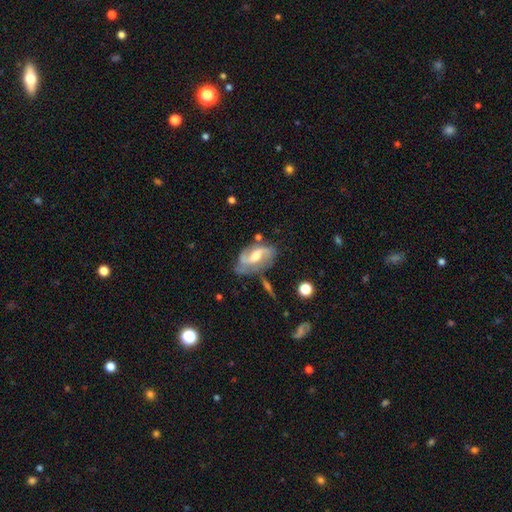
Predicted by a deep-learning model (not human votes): smooth_or_featured: featured or disk (p=0.79) [alt: smooth p=0.14]
disk_edge_on: no (p=0.95) [alt: yes p=0.05]
bar: weak (p=0.50) [alt: no p=0.27]
has_spiral_arms: yes (p=0.92) [alt: no p=0.08]
spiral_winding: medium (p=0.47) [alt: loose p=0.31]
spiral_arm_count: 2 (p=0.79) [alt: can't tell p=0.09]
bulge_size: moderate (p=0.60) [alt: small p=0.24]
merging: none (p=0.56) [alt: minor disturbance p=0.25]